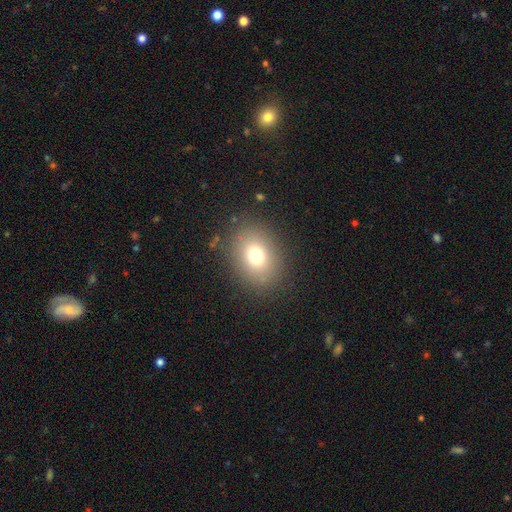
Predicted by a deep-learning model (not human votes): This appears to be a smooth galaxy with no disk features (75%) that is in between round and cigar-shaped (54%). Merging: none (85%).